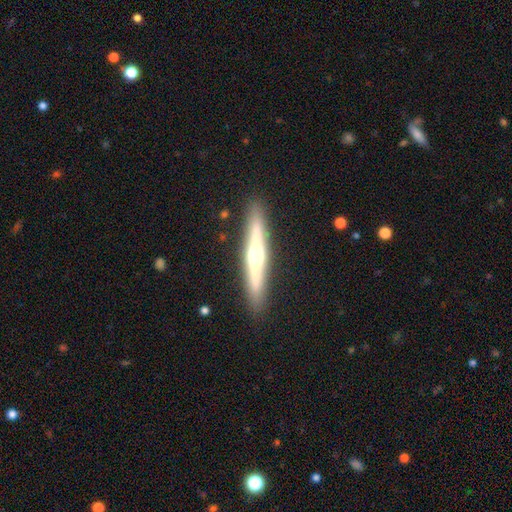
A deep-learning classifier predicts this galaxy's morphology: type=featured or disk (67%); edge-on=yes (97%); edge-on bulge=rounded (86%); merging=none (90%).